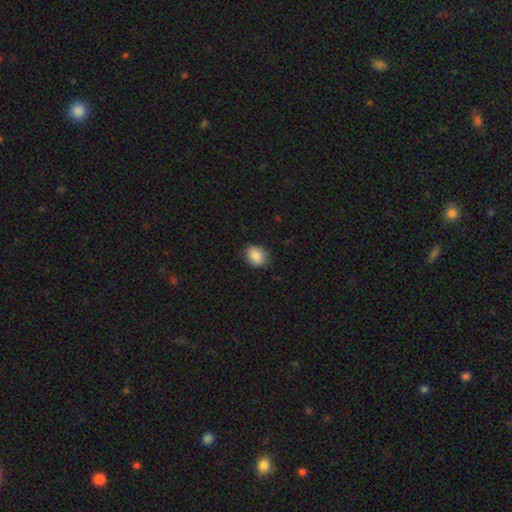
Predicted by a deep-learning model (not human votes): Smooth or featured: smooth — 87% (star or artifact — 8%)
How rounded: in between — 64% (round — 35%)
Merging: none — 83% (minor disturbance — 13%)